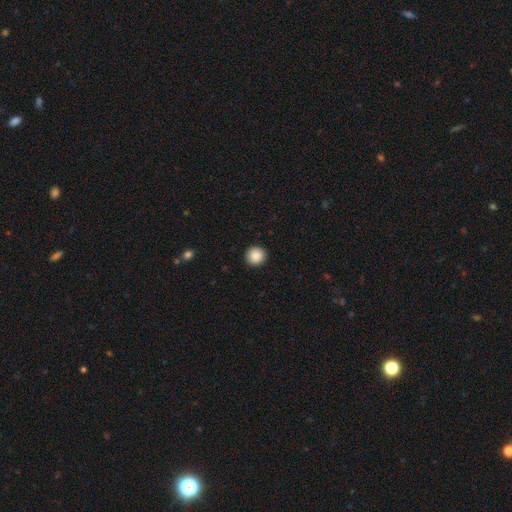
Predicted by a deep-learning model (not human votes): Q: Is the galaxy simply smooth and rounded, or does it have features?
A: smooth — 89%.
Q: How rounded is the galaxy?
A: round — 94%.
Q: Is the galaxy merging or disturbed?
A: none — 93%.